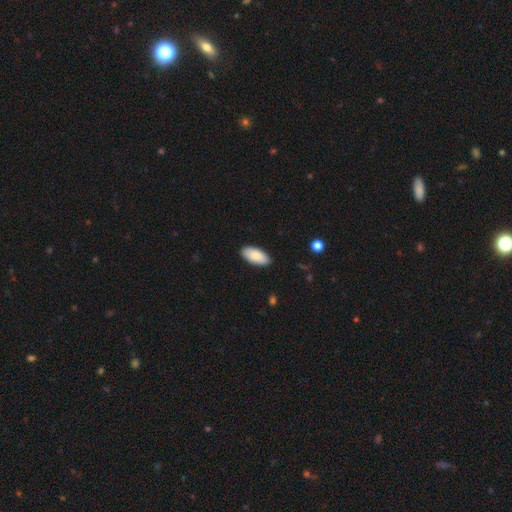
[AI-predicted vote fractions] smooth 86%, featured or disk 8%, star or artifact 6%. Down the decision tree: how rounded — in between (93%); merging — none (89%).